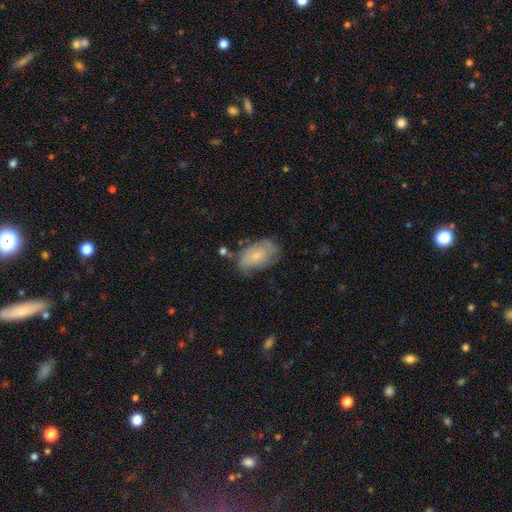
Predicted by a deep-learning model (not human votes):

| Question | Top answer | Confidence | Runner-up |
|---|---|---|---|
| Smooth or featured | smooth | 59% | featured or disk (33%) |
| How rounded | in between | 91% | round (7%) |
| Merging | none | 50% | minor disturbance (31%) |